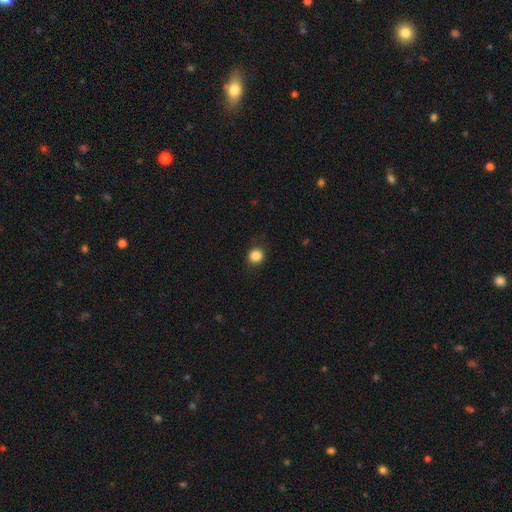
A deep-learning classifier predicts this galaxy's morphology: Smooth or featured? smooth (86%)
How rounded? round (87%)
Merging? none (86%)